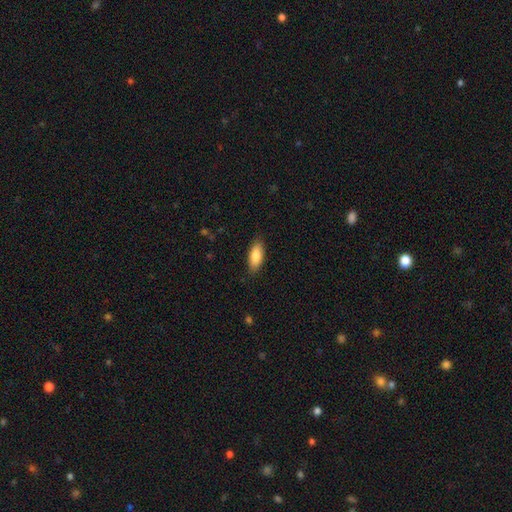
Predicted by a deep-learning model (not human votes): smooth-or-featured: smooth: 86% | featured or disk: 8% | star or artifact: 6%
  how-rounded: in between: 76% | cigar-shaped: 22% | round: 2%
  merging: none: 86% | minor disturbance: 11% | major disturbance: 2% | merger: 1%